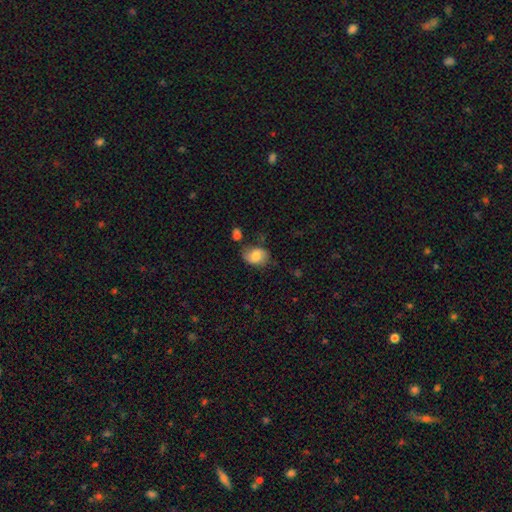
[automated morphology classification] type=smooth (73%); roundness=in between (71%); merging=none (61%).